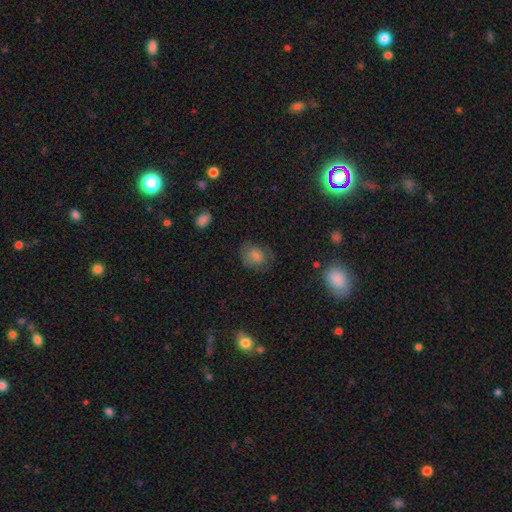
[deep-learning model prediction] Overall: smooth (57%; featured or disk 28%). How rounded: round (56%; in between 43%). Merging: none (69%).